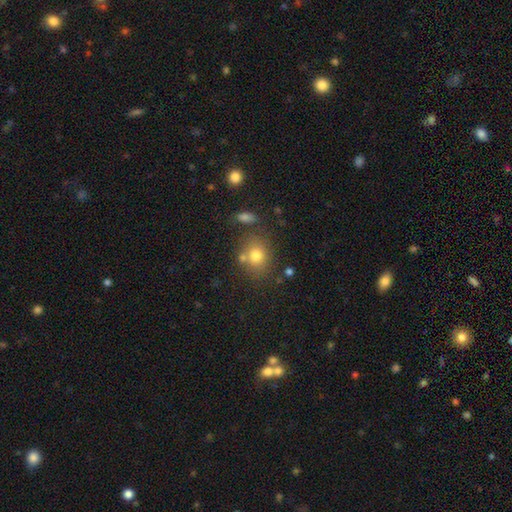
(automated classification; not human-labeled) smooth_or_featured: smooth (p=0.76) [alt: star or artifact p=0.12]
how_rounded: round (p=0.62) [alt: in between p=0.36]
merging: none (p=0.67) [alt: merger p=0.14]